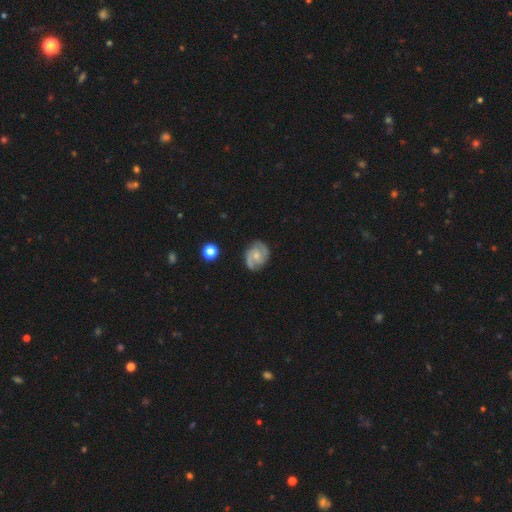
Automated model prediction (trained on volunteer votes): A featured or disk galaxy (80%) with no bar (58%), 2 (83%) medium (48%) spiral arms (96%) and a small central bulge (50%). Merging: none (78%).